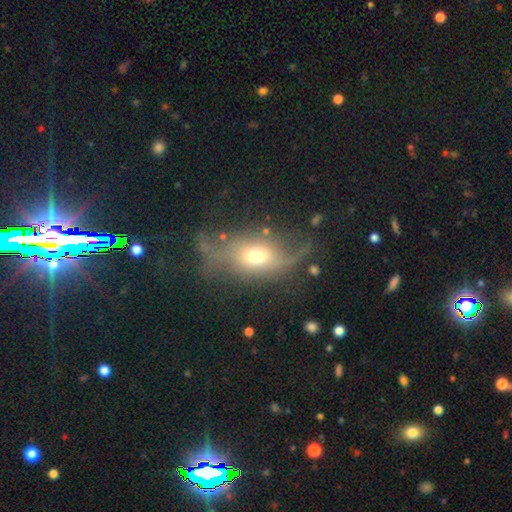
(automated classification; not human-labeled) The model was most divided on "merging": none: 39%, major disturbance: 37%, minor disturbance: 20%, merger: 5%. Remaining: smooth or featured — featured or disk (50%).